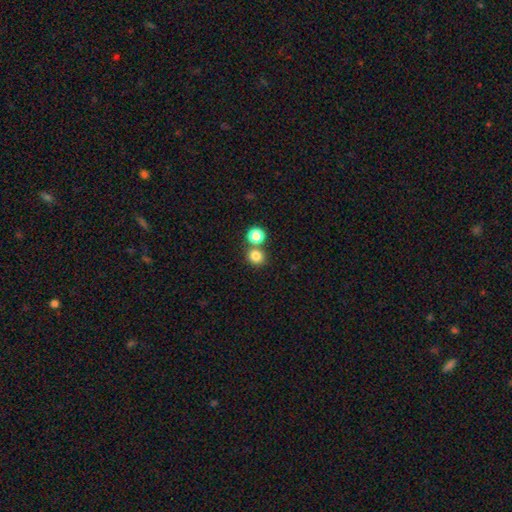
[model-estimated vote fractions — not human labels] Smooth or featured: smooth — 81% (star or artifact — 14%)
How rounded: round — 83% (in between — 16%)
Merging: none — 66% (merger — 25%)